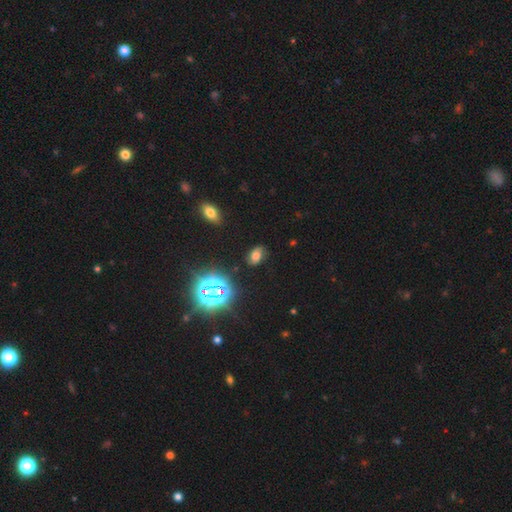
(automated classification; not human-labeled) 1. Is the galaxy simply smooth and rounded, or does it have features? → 52% smooth, 30% star or artifact, 17% featured or disk.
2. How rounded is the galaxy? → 84% in between, 14% round, 2% cigar-shaped.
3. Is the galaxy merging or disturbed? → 76% none, 16% minor disturbance, 5% major disturbance, 2% merger.